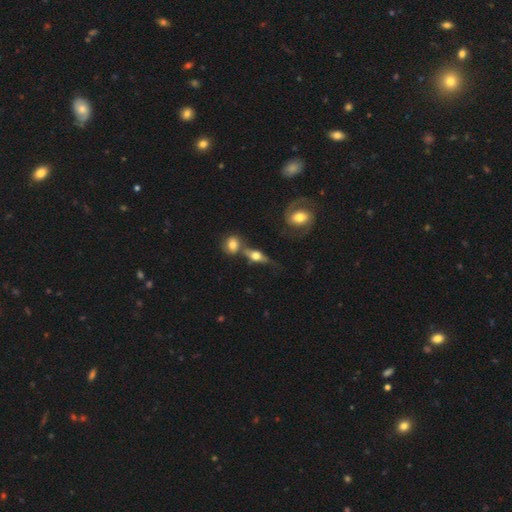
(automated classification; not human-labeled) Morphology: type=featured or disk (51%); edge-on=yes (73%); merging=none (45%).